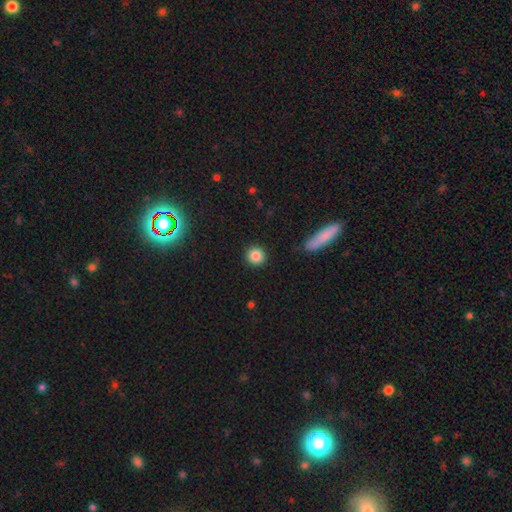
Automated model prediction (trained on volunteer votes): Q: Smooth or featured?
A: smooth (86%); runner-up: star or artifact (10%)
Q: How rounded?
A: round (93%); runner-up: in between (6%)
Q: Merging?
A: none (91%); runner-up: minor disturbance (6%)